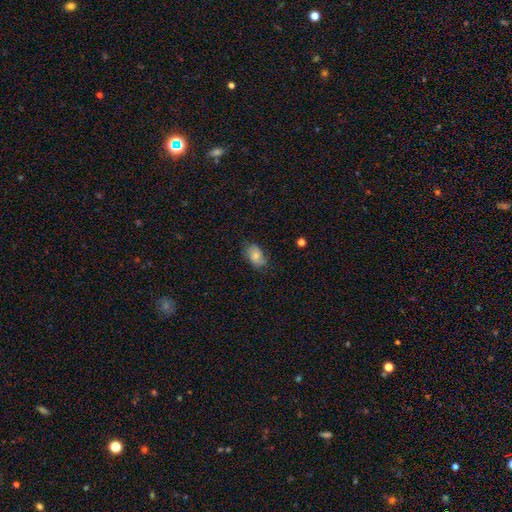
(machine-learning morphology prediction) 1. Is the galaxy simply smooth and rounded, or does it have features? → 67% smooth, 25% featured or disk, 8% star or artifact.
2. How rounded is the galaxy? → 87% in between, 11% round, 2% cigar-shaped.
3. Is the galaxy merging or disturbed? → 68% none, 25% minor disturbance, 6% major disturbance, 1% merger.